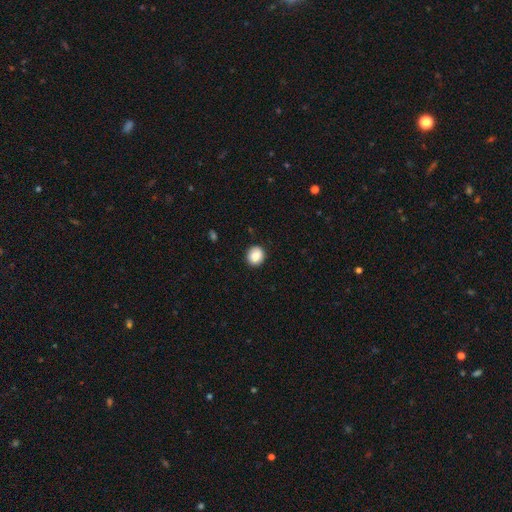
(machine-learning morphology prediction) This is clearly a smooth galaxy (86%). How rounded: clearly round (83%). Merging: clearly none (89%).